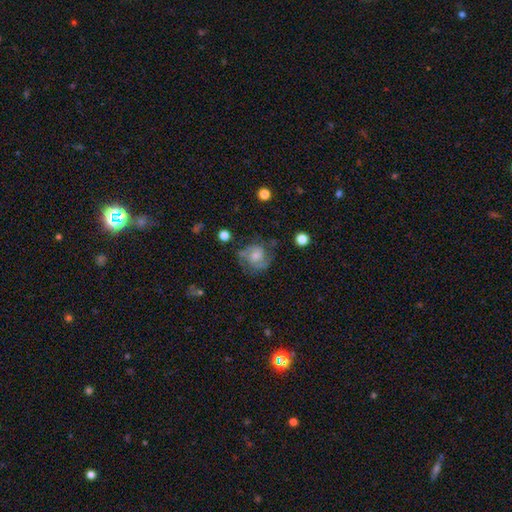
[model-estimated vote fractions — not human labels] Smooth or featured: featured or disk — 64% (smooth — 28%)
Edge-on disk: no — 98% (yes — 2%)
Bar: no — 66% (weak — 29%)
Spiral arms: yes — 87% (no — 13%)
Spiral winding: medium — 47% (tight — 35%)
Spiral arm count: 2 — 64% (can't tell — 18%)
Bulge size: moderate — 40% (small — 37%)
Merging: none — 58% (minor disturbance — 23%)